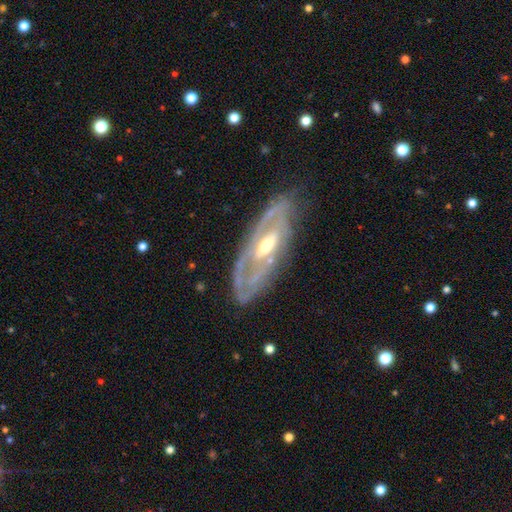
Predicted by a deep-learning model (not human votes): Smooth or featured? featured or disk (82%)
Edge-on disk? no (80%)
Bar? no (45%)
Spiral arms? yes (72%)
Bulge size? moderate (63%)
Merging? none (78%)